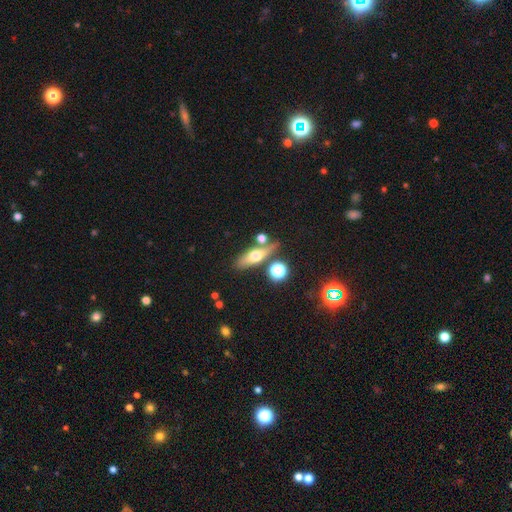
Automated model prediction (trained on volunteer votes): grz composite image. It shows a smooth galaxy with no disk features (48%). Merging: none (70%).